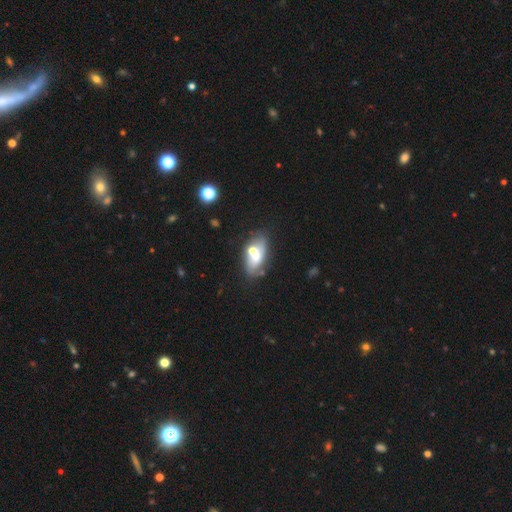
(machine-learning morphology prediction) A smooth galaxy with no disk features (52%) that is in between round and cigar-shaped (86%).

Vote fractions:
- Smooth or featured? smooth: 52% / featured or disk: 39% / star or artifact: 9%
- How rounded? in between: 86% / round: 8% / cigar-shaped: 6%
- Merging? none: 42% / merger: 35% / minor disturbance: 15% / major disturbance: 7%